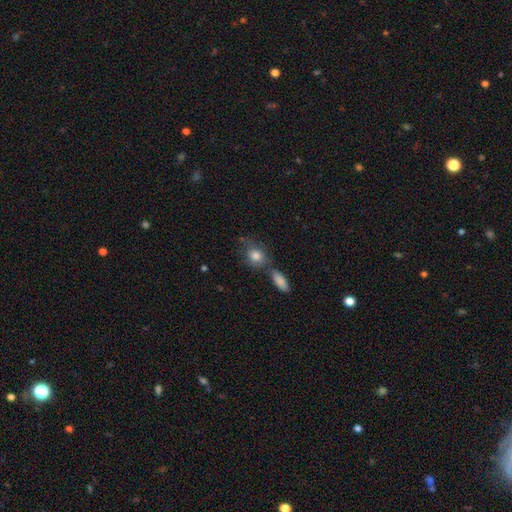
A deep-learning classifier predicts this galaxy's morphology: The model was most divided on "how rounded": round: 52%, in between: 45%, cigar-shaped: 3%. More confident: smooth or featured — smooth (81%); merging — none (52%).